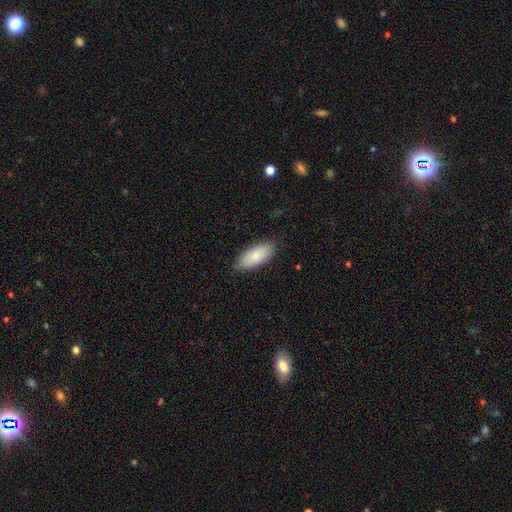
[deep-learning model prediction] Smooth or featured? Predicted: smooth (p=0.84). How rounded? Predicted: in between (p=0.85). Merging? Predicted: none (p=0.85).